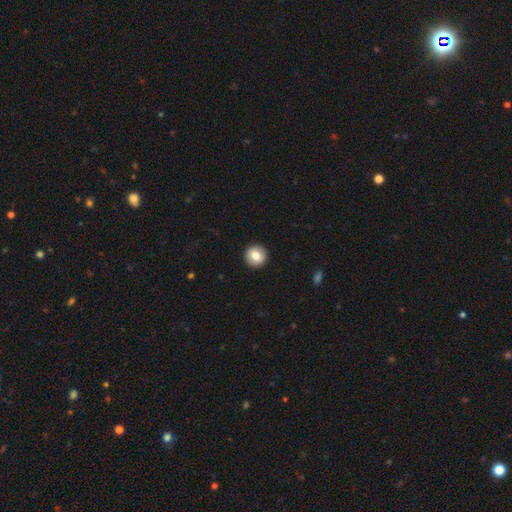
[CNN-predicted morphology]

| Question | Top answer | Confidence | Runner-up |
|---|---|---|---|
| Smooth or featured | smooth | 79% | featured or disk (13%) |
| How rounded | round | 95% | in between (4%) |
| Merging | none | 93% | minor disturbance (4%) |